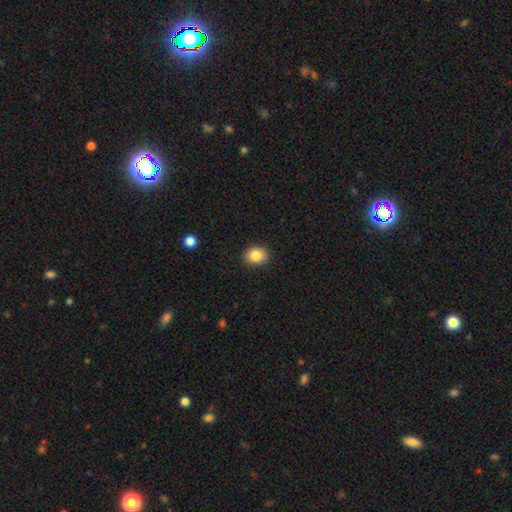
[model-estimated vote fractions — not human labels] This appears to be a smooth galaxy with no disk features (85%) that is round (54%). Merging: none (90%).